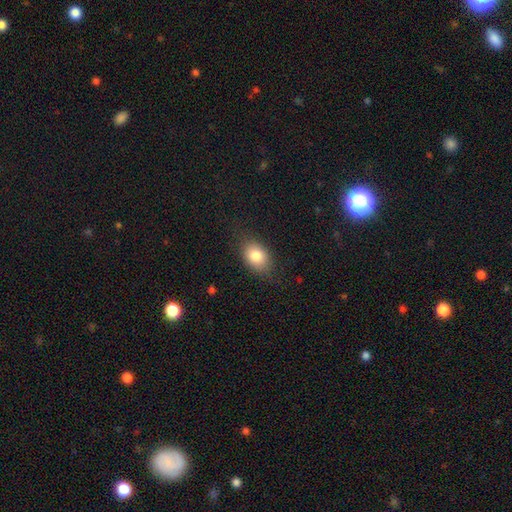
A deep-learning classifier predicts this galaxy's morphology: This appears to be a smooth galaxy with no disk features (81%) that is in between round and cigar-shaped (78%). Merging: none (79%).